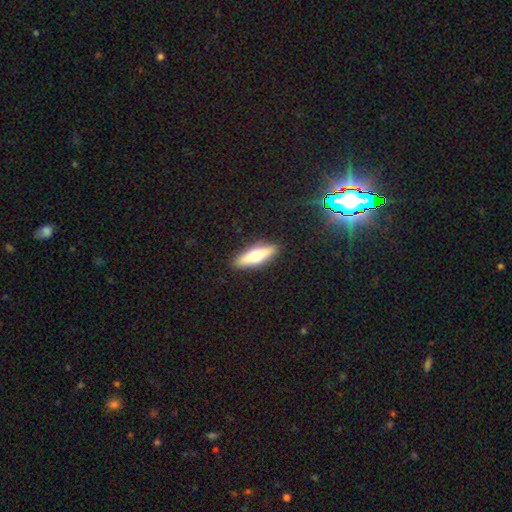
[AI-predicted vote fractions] Overall: smooth (51%; featured or disk 43%). How rounded: cigar-shaped (59%; in between 39%). Merging: none (90%).